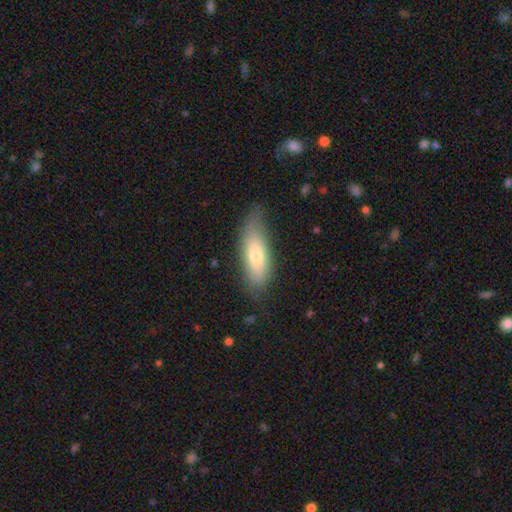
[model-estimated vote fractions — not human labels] This is likely a smooth galaxy (69%). How rounded: likely in between (61%). Merging: likely none (69%).